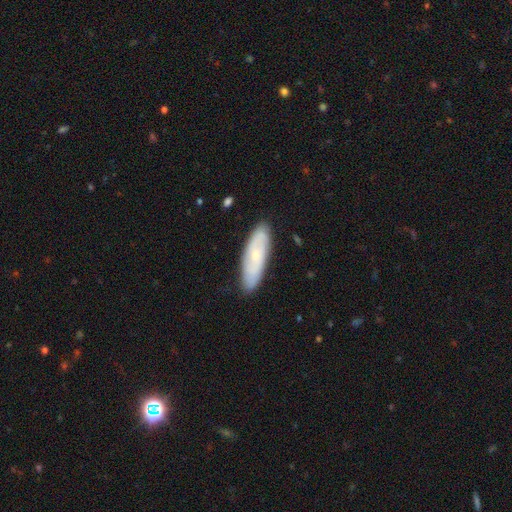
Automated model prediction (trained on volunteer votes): Smooth or featured? Predicted: featured or disk (p=0.47). Merging? Predicted: none (p=0.86).